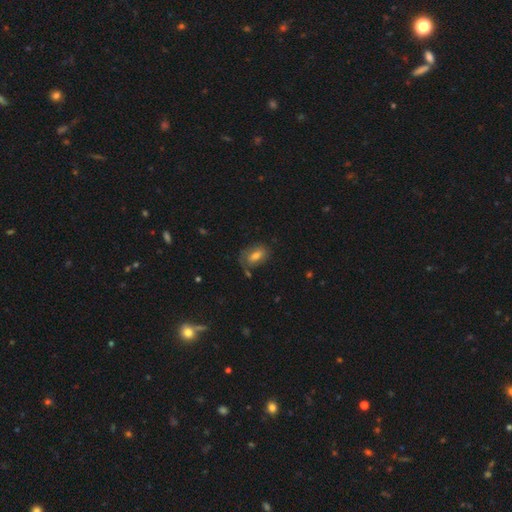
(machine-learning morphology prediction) smooth 64%, featured or disk 26%, star or artifact 11%. Down the decision tree: how rounded — in between (87%); merging — none (59%).